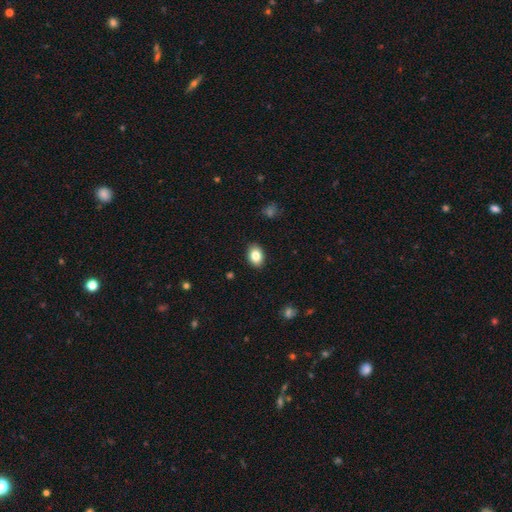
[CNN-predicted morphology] This is clearly a smooth galaxy (84%). How rounded: likely in between (77%). Merging: clearly none (89%).